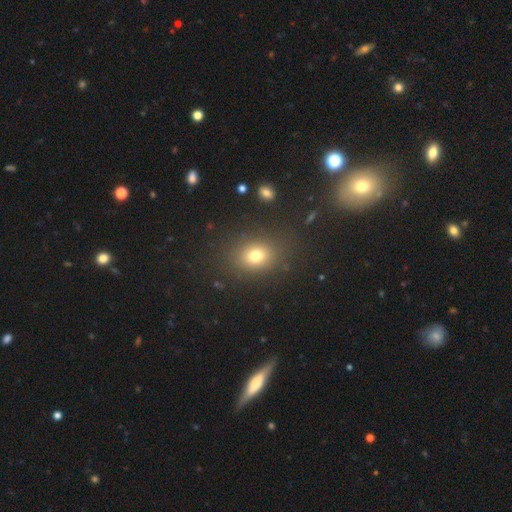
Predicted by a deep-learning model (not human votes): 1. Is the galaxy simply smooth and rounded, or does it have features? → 75% smooth, 15% star or artifact, 9% featured or disk.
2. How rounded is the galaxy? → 52% round, 47% in between, 1% cigar-shaped.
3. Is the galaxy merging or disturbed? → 83% none, 10% minor disturbance, 5% major disturbance, 2% merger.